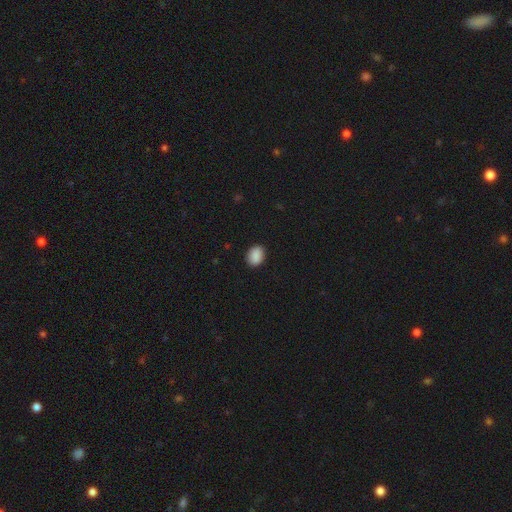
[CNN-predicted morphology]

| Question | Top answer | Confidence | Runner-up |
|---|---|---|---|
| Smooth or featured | smooth | 89% | star or artifact (8%) |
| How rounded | in between | 67% | round (32%) |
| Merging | none | 88% | minor disturbance (9%) |